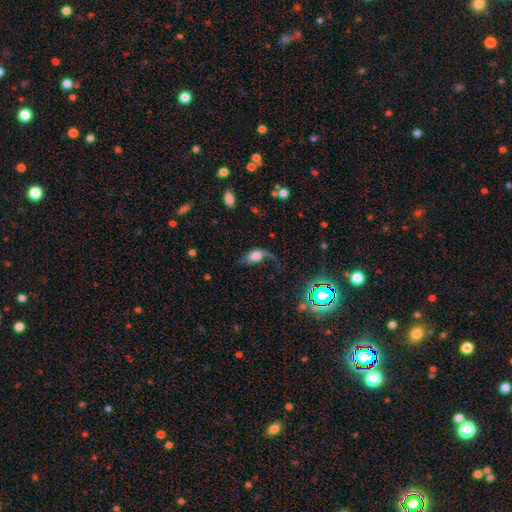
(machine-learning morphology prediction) Smooth or featured? Predicted: smooth (p=0.49). Merging? Predicted: major disturbance (p=0.44).